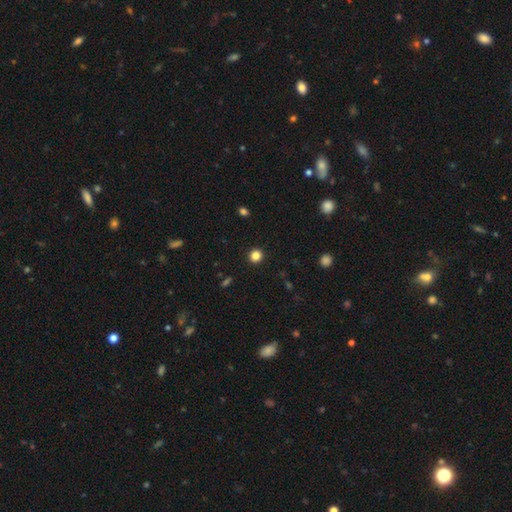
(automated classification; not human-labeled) Smooth or featured: smooth — 84% (star or artifact — 13%)
How rounded: round — 92% (in between — 7%)
Merging: none — 93% (minor disturbance — 5%)